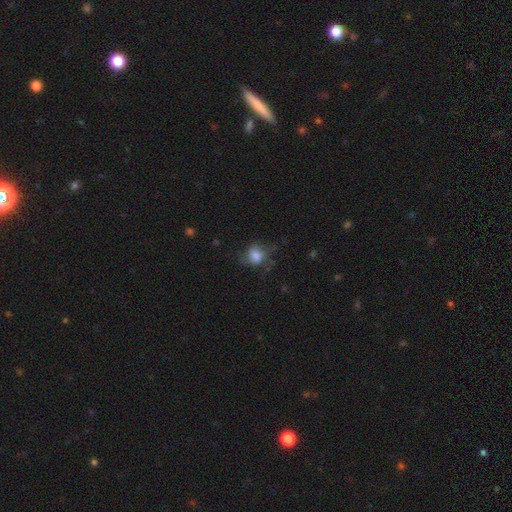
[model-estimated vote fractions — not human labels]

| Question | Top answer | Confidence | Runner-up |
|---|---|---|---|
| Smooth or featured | smooth | 65% | featured or disk (25%) |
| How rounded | round | 62% | in between (37%) |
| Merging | none | 45% | major disturbance (27%) |